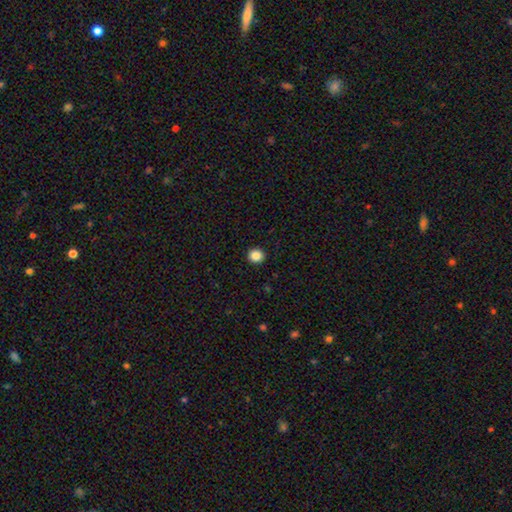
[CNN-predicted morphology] A smooth galaxy with no disk features (86%) that is round (92%). Merging: none (93%).